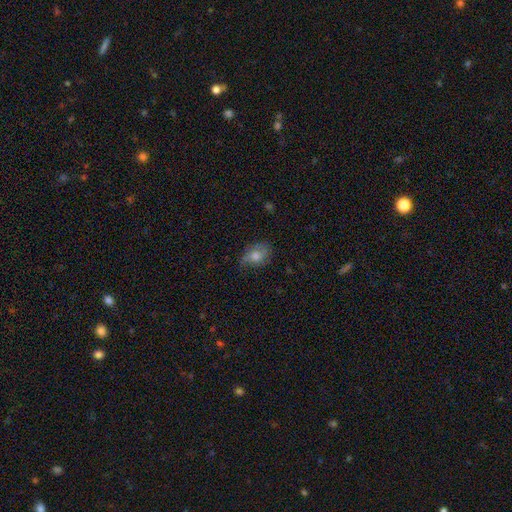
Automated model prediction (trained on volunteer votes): smooth_or_featured: smooth (p=0.61) [alt: featured or disk p=0.28]
how_rounded: in between (p=0.72) [alt: round p=0.26]
merging: none (p=0.60) [alt: minor disturbance p=0.29]